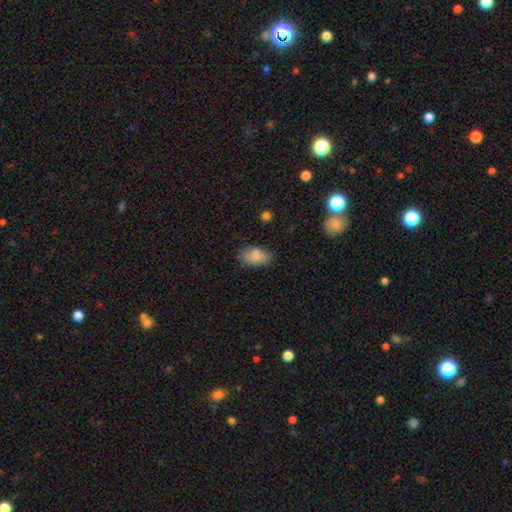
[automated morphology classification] type=smooth (83%); roundness=in between (92%); merging=none (71%).